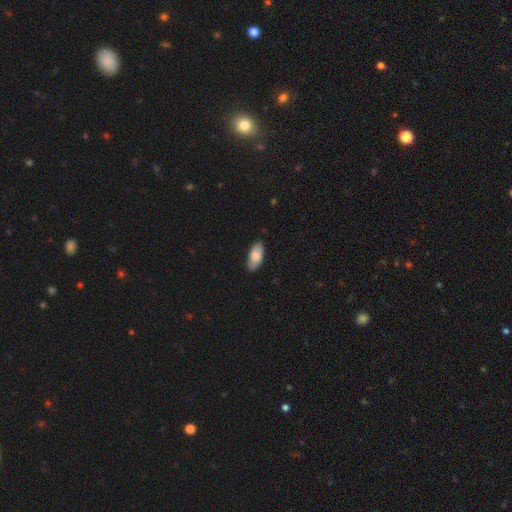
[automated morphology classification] Smooth or featured: smooth — 81% (featured or disk — 13%)
How rounded: in between — 88% (cigar-shaped — 10%)
Merging: none — 85% (minor disturbance — 12%)